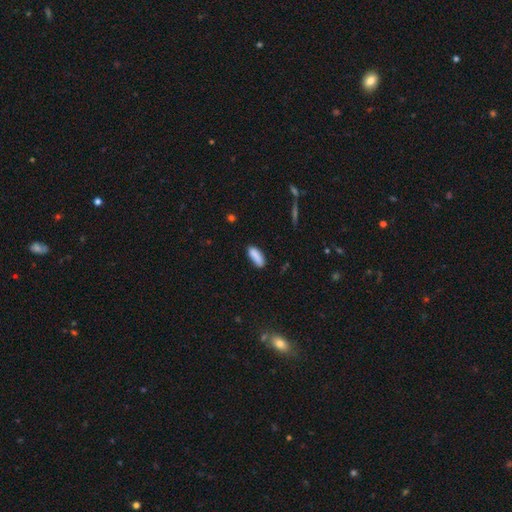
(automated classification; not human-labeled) smooth 87%, star or artifact 7%, featured or disk 6%. Down the decision tree: how rounded — in between (66%); merging — none (78%).